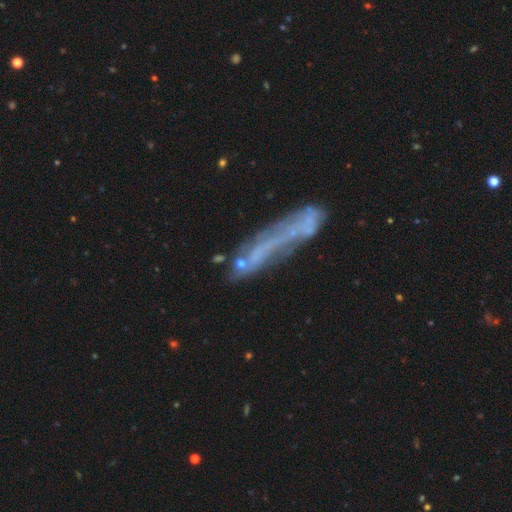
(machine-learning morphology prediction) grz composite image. It shows a featured or disk galaxy (53%). Merging: none (36%).